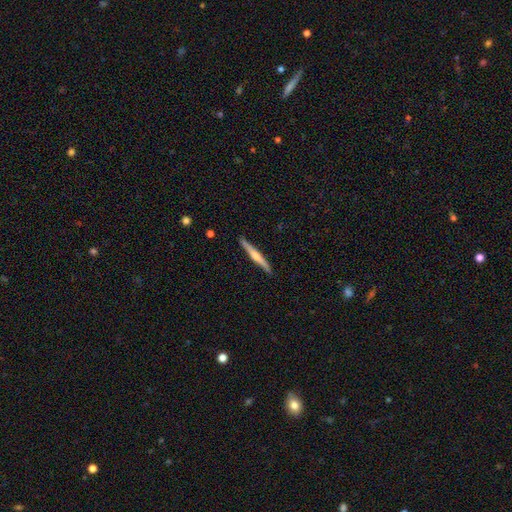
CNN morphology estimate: This is likely a featured or disk galaxy (67%). It is clearly viewed edge-on (98%). Edge-on bulge: likely rounded (79%). Merging: clearly none (91%).